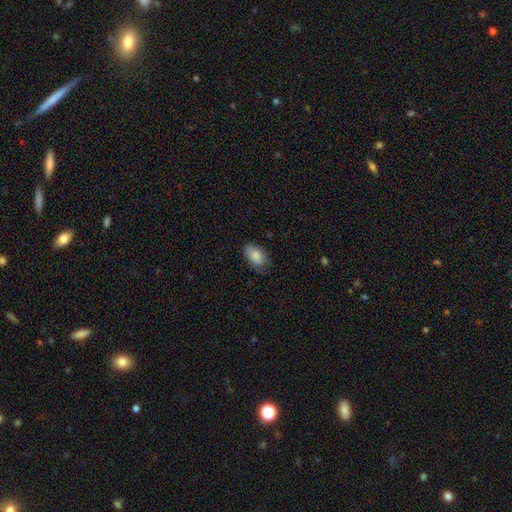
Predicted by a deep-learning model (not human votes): This is clearly a smooth galaxy (85%). How rounded: clearly in between (91%). Merging: likely none (71%).